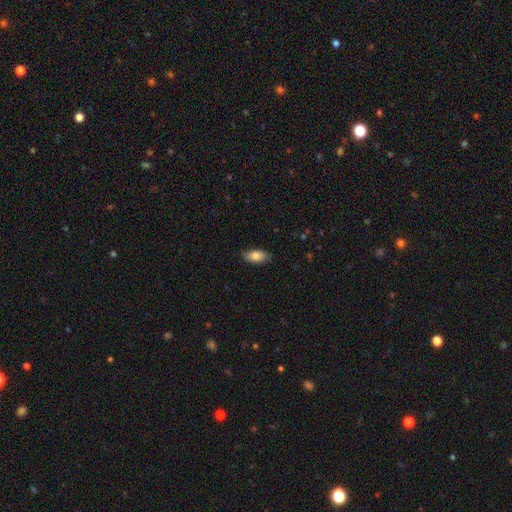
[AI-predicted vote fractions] smooth 82%, featured or disk 11%, star or artifact 7%. Down the decision tree: how rounded — in between (91%); merging — none (83%).